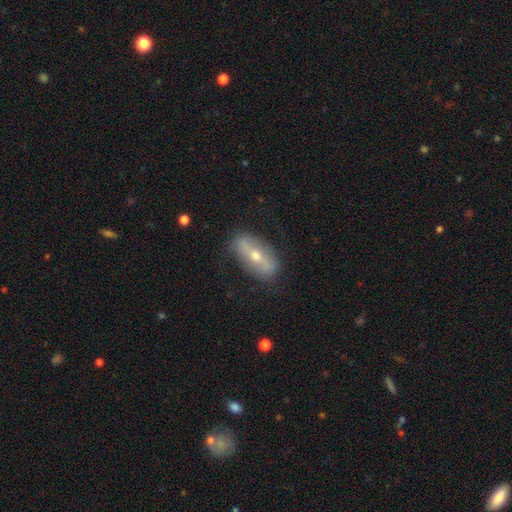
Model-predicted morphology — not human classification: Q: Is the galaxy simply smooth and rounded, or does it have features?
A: featured or disk — 58%.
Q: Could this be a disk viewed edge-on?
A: no — 69%.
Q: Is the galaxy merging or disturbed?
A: none — 81%.